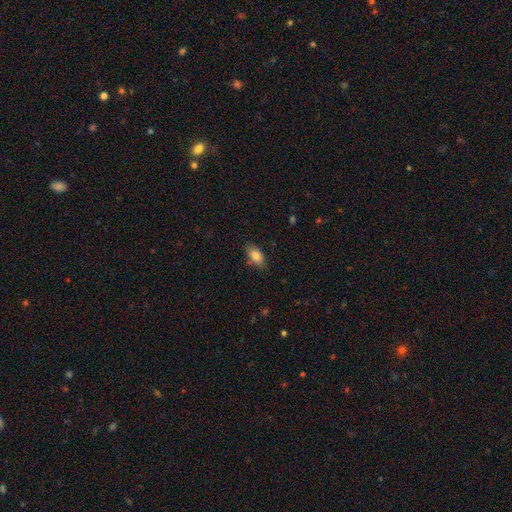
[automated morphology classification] Overall: smooth (80%). How rounded: in between (90%). Merging: none (81%).